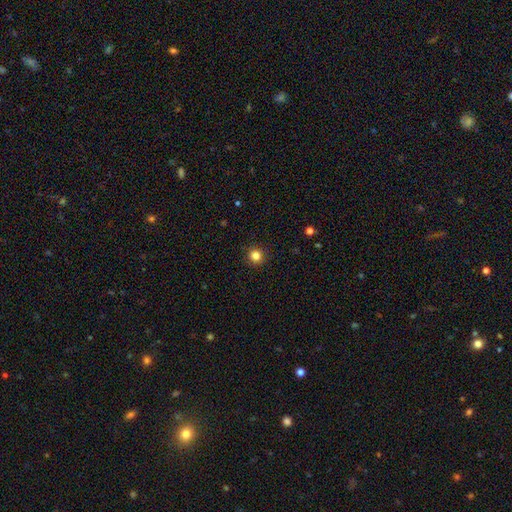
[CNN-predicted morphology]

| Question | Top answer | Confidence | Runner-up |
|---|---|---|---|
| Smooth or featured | smooth | 83% | star or artifact (13%) |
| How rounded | round | 95% | in between (4%) |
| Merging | none | 93% | minor disturbance (5%) |